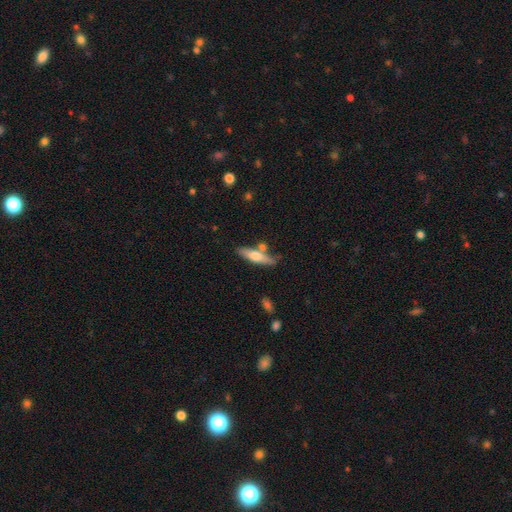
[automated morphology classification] type=smooth (54%); roundness=cigar-shaped (71%); merging=none (67%).